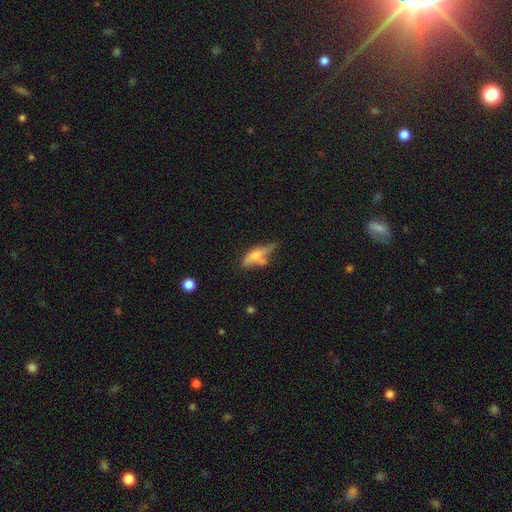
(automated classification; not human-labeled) This is possibly a smooth galaxy (47%). Merging: possibly none (48%).